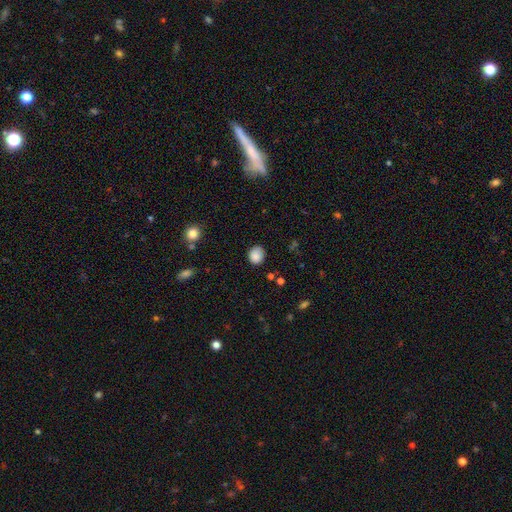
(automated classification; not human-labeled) The model was most divided on "how rounded": round: 74%, in between: 25%, cigar-shaped: 1%. More confident: smooth or featured — smooth (86%); merging — none (82%).